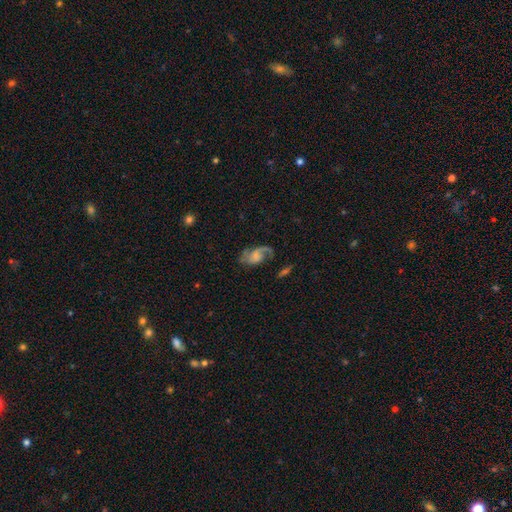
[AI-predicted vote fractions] Smooth or featured?
  - featured or disk: 75% *
  - smooth: 18%
  - star or artifact: 7%
Edge-on disk?
  - no: 97% *
  - yes: 3%
Bar?
  - no: 57% *
  - weak: 36%
  - strong: 7%
Spiral arms?
  - yes: 91% *
  - no: 9%
Spiral winding?
  - loose: 48% *
  - medium: 40%
  - tight: 12%
Spiral arm count?
  - 2: 67% *
  - 1: 25%
  - can't tell: 5%
  - 3: 2%
  - 4: 1%
  - more than 4: 1%
Bulge size?
  - small: 40% *
  - none: 27%
  - moderate: 25%
  - large: 6%
  - dominant: 2%
Merging?
  - none: 53% *
  - major disturbance: 23%
  - minor disturbance: 21%
  - merger: 3%